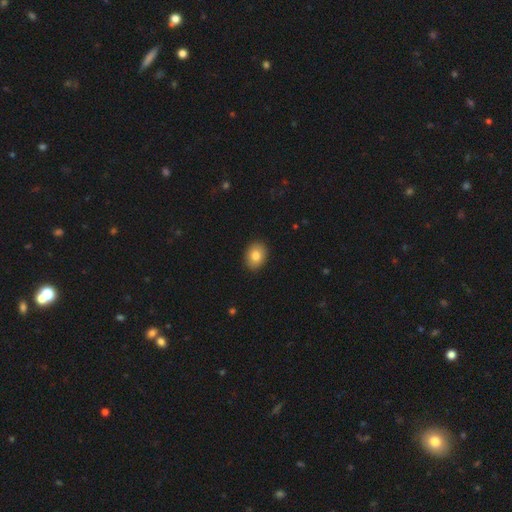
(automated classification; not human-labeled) smooth_or_featured: smooth (p=0.82) [alt: featured or disk p=0.10]
how_rounded: in between (p=0.63) [alt: round p=0.36]
merging: none (p=0.90) [alt: minor disturbance p=0.07]